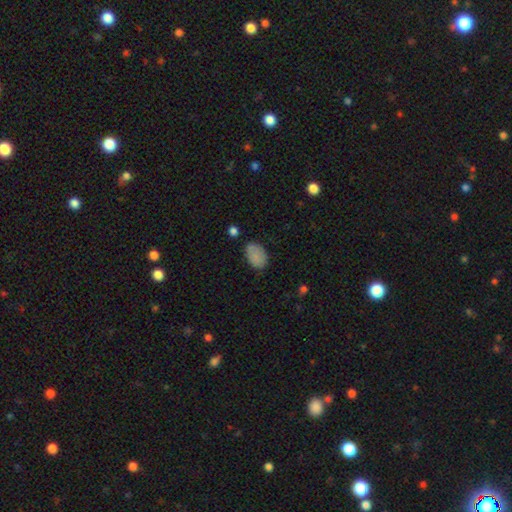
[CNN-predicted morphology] Smooth or featured?
  - smooth: 85% *
  - star or artifact: 8%
  - featured or disk: 7%
How rounded?
  - in between: 89% *
  - round: 10%
  - cigar-shaped: 1%
Merging?
  - none: 71% *
  - minor disturbance: 21%
  - major disturbance: 5%
  - merger: 3%